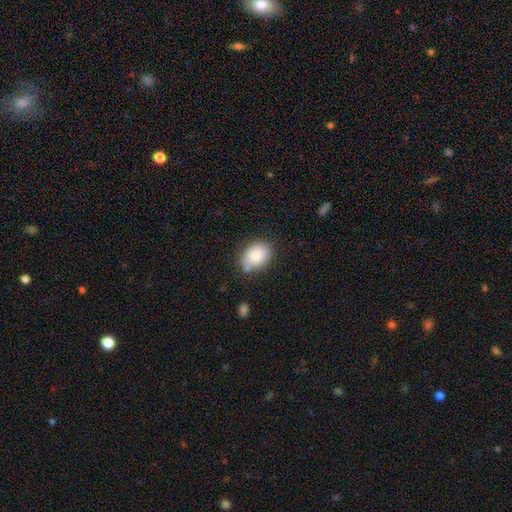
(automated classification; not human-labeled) This is clearly a smooth galaxy (85%). How rounded: likely in between (70%). Merging: likely none (73%).